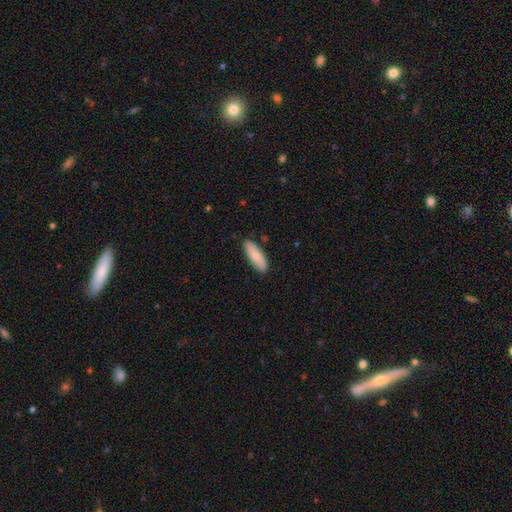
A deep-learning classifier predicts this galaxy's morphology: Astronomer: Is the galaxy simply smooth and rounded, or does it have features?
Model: smooth — 81%.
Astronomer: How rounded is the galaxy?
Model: in between — 56% (runner-up: cigar-shaped, 42%).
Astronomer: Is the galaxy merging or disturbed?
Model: none — 85%.